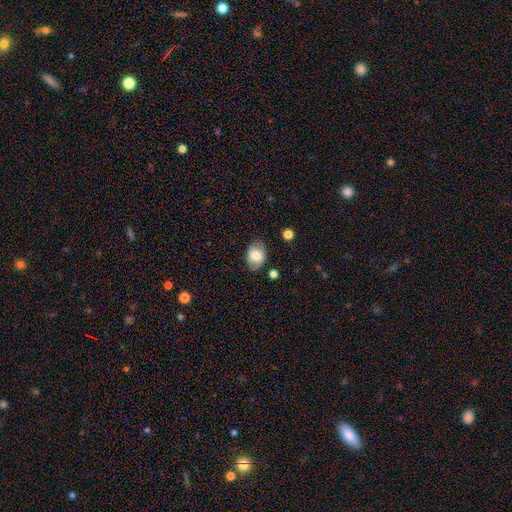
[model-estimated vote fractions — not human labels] Smooth or featured? smooth (74%)
How rounded? in between (78%)
Merging? none (77%)